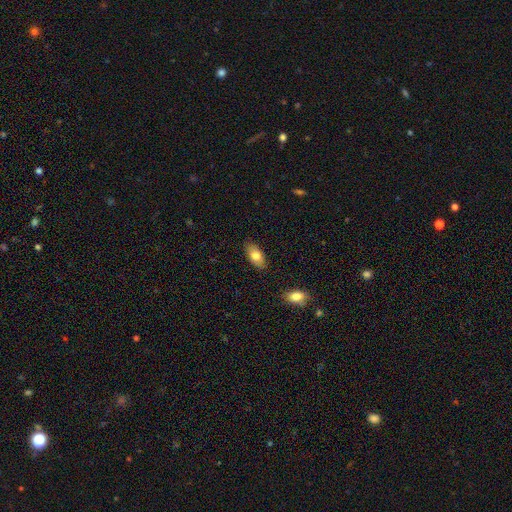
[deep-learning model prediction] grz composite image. It shows a smooth galaxy with no disk features (78%) that is in between round and cigar-shaped (92%). Merging: none (87%).